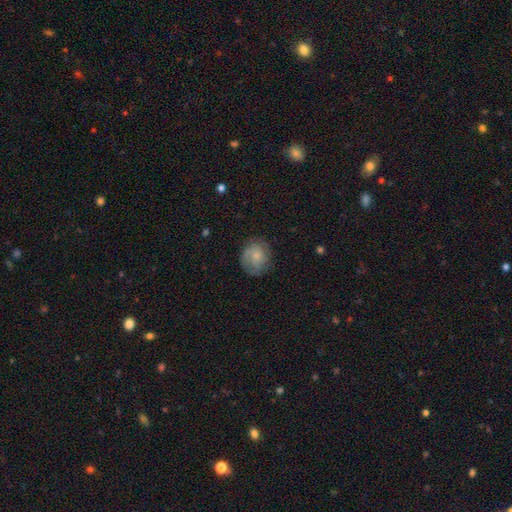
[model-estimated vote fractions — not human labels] A smooth galaxy with no disk features (58%) that is round (76%). Merging: none (69%).